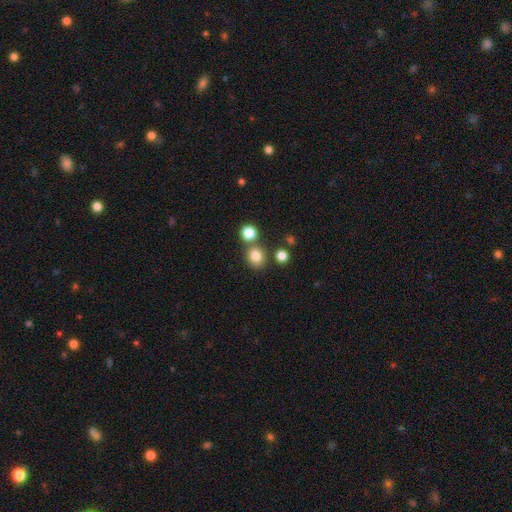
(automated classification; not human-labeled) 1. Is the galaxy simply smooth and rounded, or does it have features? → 81% smooth, 13% star or artifact, 6% featured or disk.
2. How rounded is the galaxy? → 77% round, 22% in between, 1% cigar-shaped.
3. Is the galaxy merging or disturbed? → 71% none, 17% merger, 9% minor disturbance, 3% major disturbance.